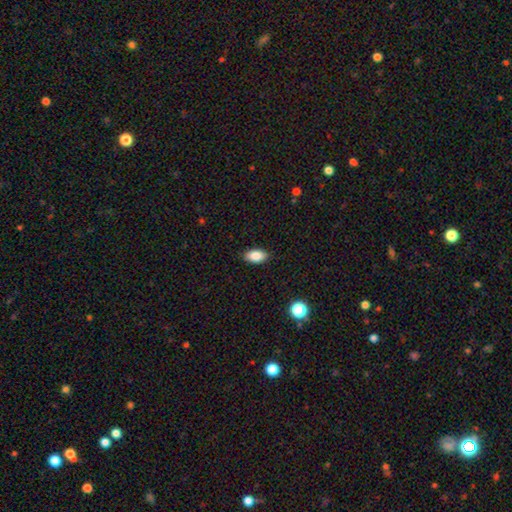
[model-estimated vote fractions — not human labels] Smooth or featured?
  - smooth: 85% *
  - star or artifact: 8%
  - featured or disk: 7%
How rounded?
  - in between: 92% *
  - round: 5%
  - cigar-shaped: 3%
Merging?
  - none: 88% *
  - minor disturbance: 9%
  - major disturbance: 2%
  - merger: 1%